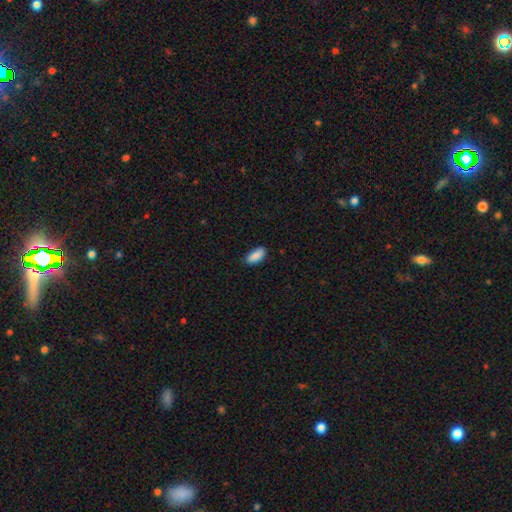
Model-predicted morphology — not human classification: Smooth or featured: smooth — 89% (star or artifact — 6%)
How rounded: in between — 90% (cigar-shaped — 8%)
Merging: none — 82% (minor disturbance — 15%)